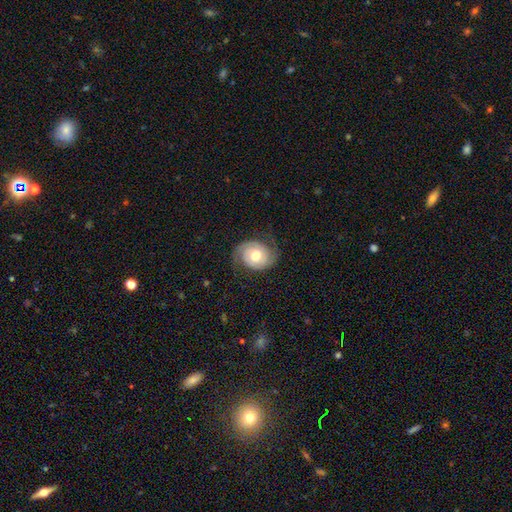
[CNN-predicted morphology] Smooth or featured: featured or disk — 75% (smooth — 18%)
Edge-on disk: no — 97% (yes — 3%)
Bar: no — 71% (weak — 23%)
Spiral arms: yes — 92% (no — 8%)
Spiral winding: tight — 43% (medium — 37%)
Spiral arm count: 2 — 87% (can't tell — 6%)
Bulge size: moderate — 76% (large — 12%)
Merging: none — 72% (minor disturbance — 18%)